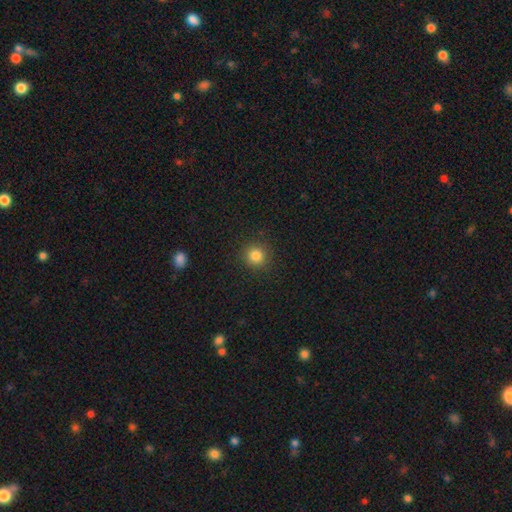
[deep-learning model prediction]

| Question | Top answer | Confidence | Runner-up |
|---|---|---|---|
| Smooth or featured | smooth | 83% | star or artifact (12%) |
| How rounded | round | 93% | in between (6%) |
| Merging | none | 91% | minor disturbance (6%) |